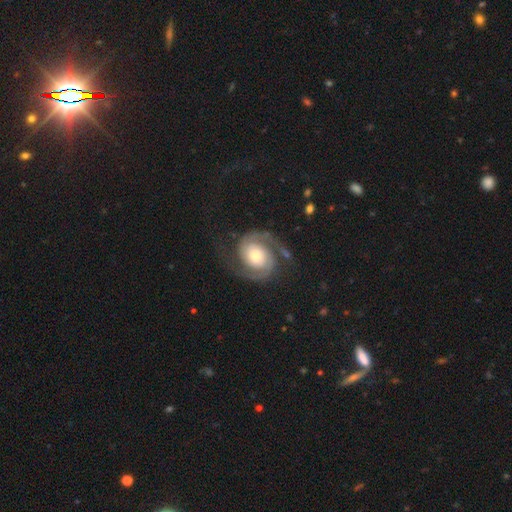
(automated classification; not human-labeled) A featured or disk galaxy (91%) with no bar (68%), 2 (94%) medium (47%) spiral arms (98%) and a moderate central bulge (55%).

Vote fractions:
- Smooth or featured? featured or disk: 91% / smooth: 5% / star or artifact: 4%
- Edge-on disk? no: 98% / yes: 2%
- Bar? no: 68% / weak: 23% / strong: 9%
- Spiral arms? yes: 98% / no: 2%
- Spiral winding? medium: 47% / tight: 42% / loose: 11%
- Spiral arm count? 2: 94% / can't tell: 2% / 3: 1% / 1: 1% / 4: 1% / more than 4: 1%
- Bulge size? moderate: 55% / small: 23% / large: 17% / dominant: 3% / none: 2%
- Merging? none: 77% / minor disturbance: 14% / major disturbance: 8% / merger: 2%